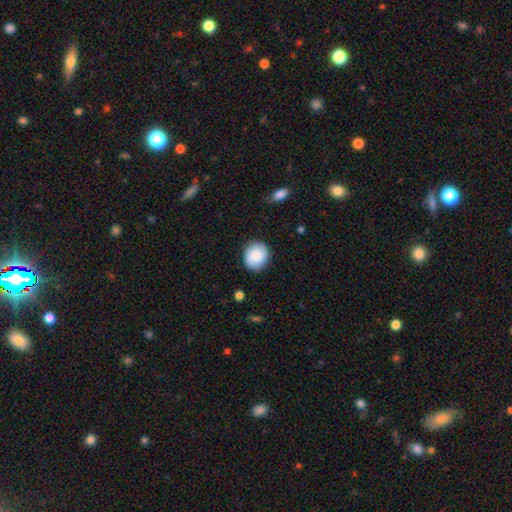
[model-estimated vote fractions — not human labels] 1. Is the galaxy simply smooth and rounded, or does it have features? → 82% smooth, 11% featured or disk, 7% star or artifact.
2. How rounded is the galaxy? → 80% round, 19% in between, 1% cigar-shaped.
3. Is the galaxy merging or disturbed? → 86% none, 10% minor disturbance, 3% major disturbance, 1% merger.